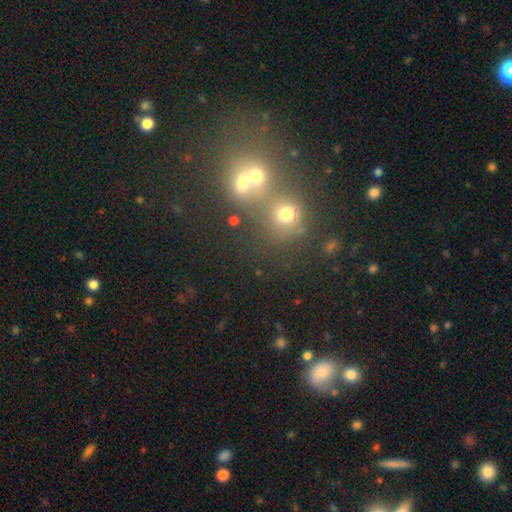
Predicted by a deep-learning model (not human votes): Smooth or featured? Predicted: smooth (p=0.50). Merging? Predicted: merger (p=0.46).